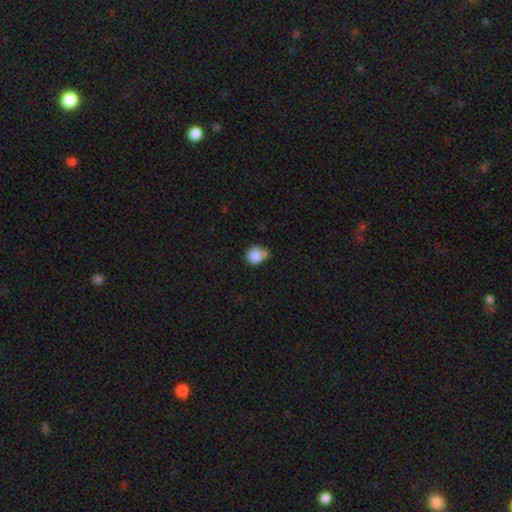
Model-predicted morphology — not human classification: Overall: smooth (85%). How rounded: round (87%). Merging: none (53%; minor disturbance 21%).